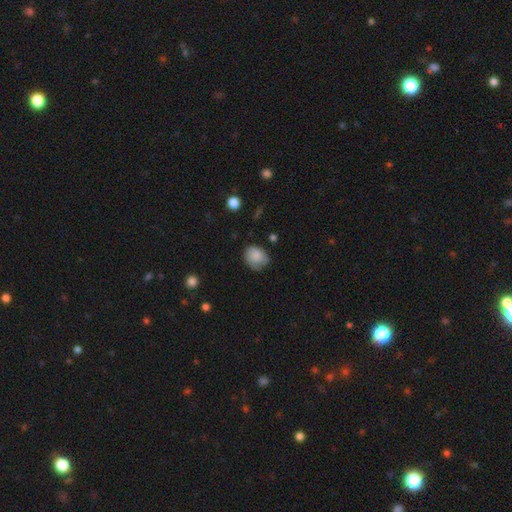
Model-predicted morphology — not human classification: Smooth or featured?
  - smooth: 80% *
  - featured or disk: 12%
  - star or artifact: 8%
How rounded?
  - round: 56% *
  - in between: 43%
  - cigar-shaped: 1%
Merging?
  - none: 55% *
  - minor disturbance: 34%
  - major disturbance: 9%
  - merger: 2%